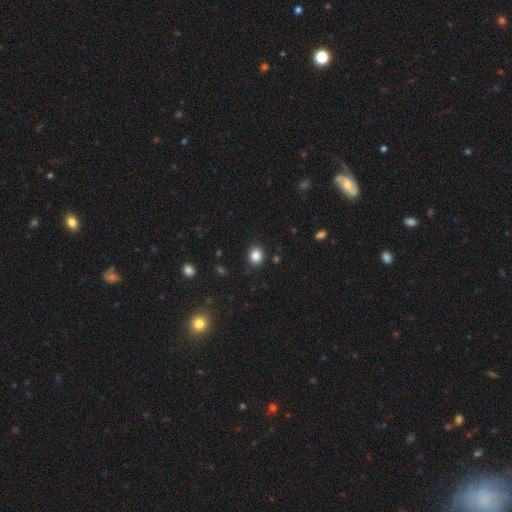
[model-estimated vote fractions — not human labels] smooth_or_featured: smooth (p=0.86) [alt: star or artifact p=0.10]
how_rounded: round (p=0.74) [alt: in between p=0.25]
merging: none (p=0.88) [alt: minor disturbance p=0.09]